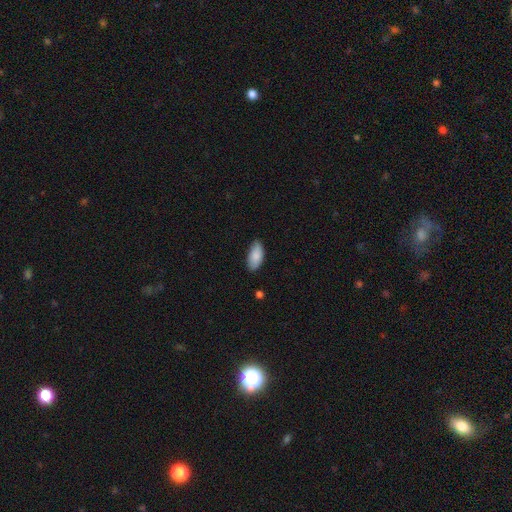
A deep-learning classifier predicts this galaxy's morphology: A smooth galaxy with no disk features (86%) that is in between round and cigar-shaped (92%). Merging: none (79%).